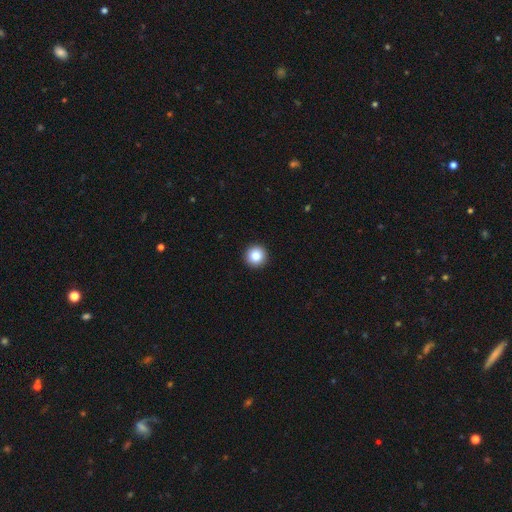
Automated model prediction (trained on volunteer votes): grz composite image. It shows a smooth galaxy with no disk features (85%) that is round (96%). Merging: none (94%).